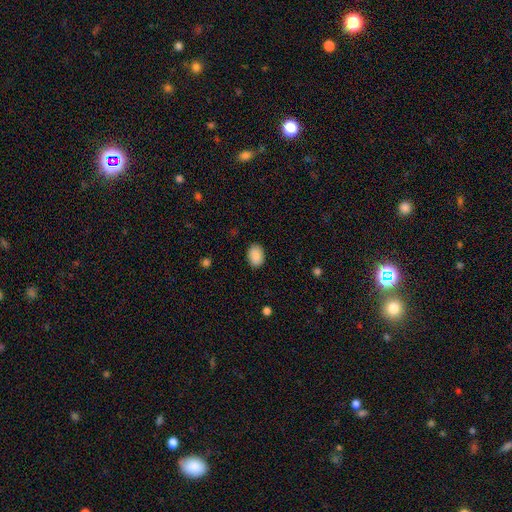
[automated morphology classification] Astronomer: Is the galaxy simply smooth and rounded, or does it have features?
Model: smooth — 89%.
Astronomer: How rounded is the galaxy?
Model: in between — 83%.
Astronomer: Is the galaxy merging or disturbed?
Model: none — 86%.